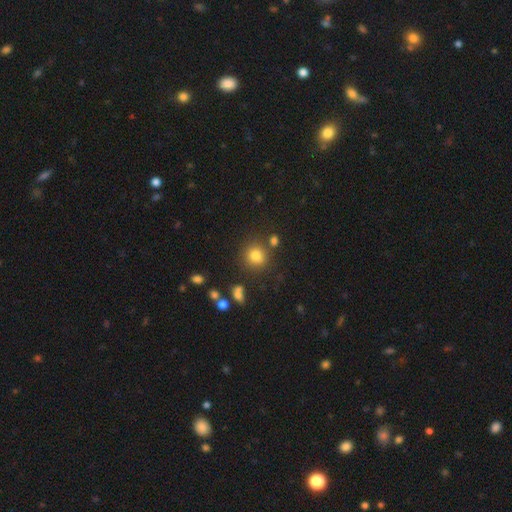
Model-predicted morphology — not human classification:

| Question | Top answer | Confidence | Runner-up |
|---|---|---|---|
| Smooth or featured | smooth | 79% | star or artifact (13%) |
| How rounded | round | 87% | in between (12%) |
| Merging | none | 79% | minor disturbance (10%) |